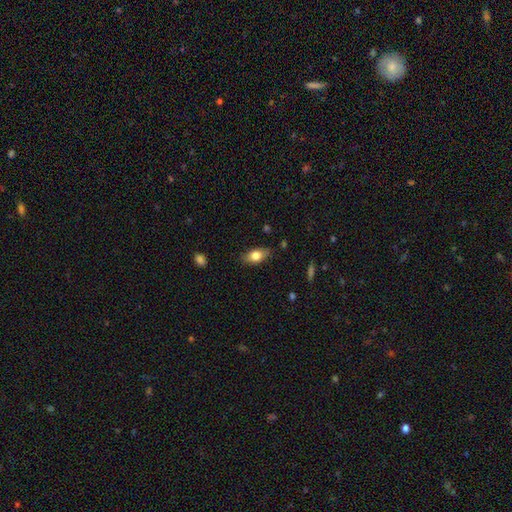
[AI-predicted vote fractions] smooth 78%, featured or disk 14%, star or artifact 7%. Down the decision tree: how rounded — in between (87%); merging — none (82%).